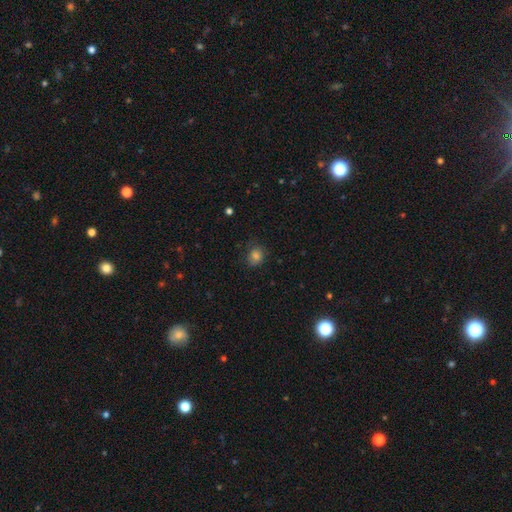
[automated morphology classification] This is likely a smooth galaxy (80%). How rounded: likely round (68%). Merging: likely none (74%).